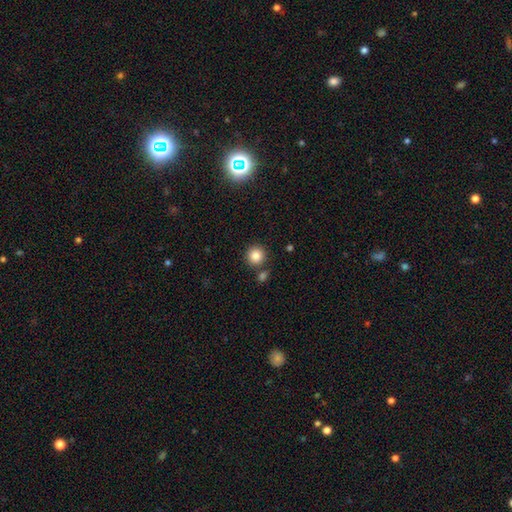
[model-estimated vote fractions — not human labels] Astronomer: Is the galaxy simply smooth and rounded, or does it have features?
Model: smooth — 85%.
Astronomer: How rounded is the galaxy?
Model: round — 93%.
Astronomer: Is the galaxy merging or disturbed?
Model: none — 80%.